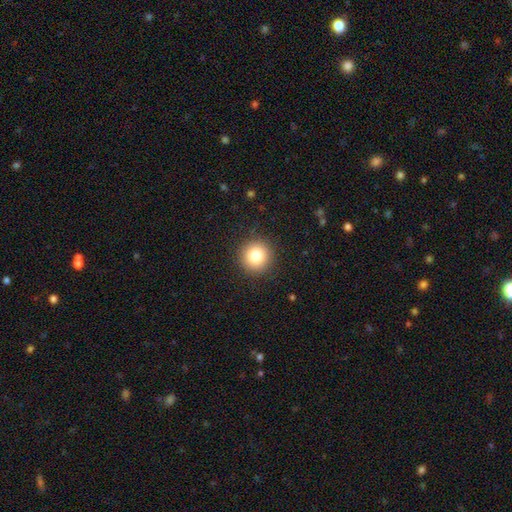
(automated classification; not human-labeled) Morphology: type=smooth (83%); roundness=round (94%); merging=none (91%).